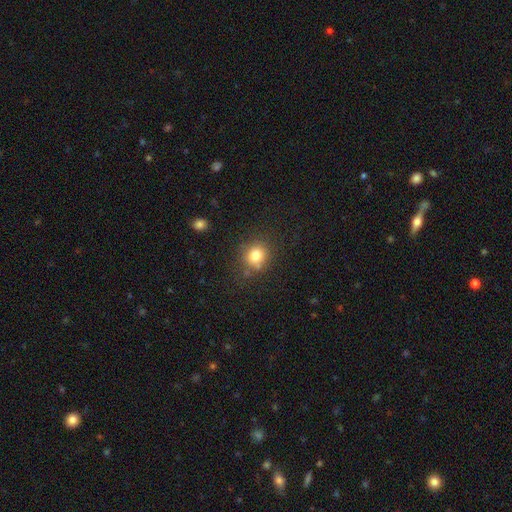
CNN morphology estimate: smooth 79%, star or artifact 13%, featured or disk 8%. Down the decision tree: how rounded — round (81%); merging — none (78%).